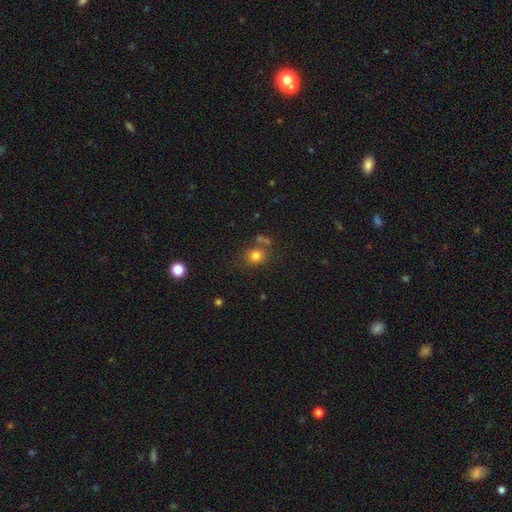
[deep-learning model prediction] Smooth or featured?
  - smooth: 79% *
  - star or artifact: 14%
  - featured or disk: 8%
How rounded?
  - round: 75% *
  - in between: 24%
  - cigar-shaped: 1%
Merging?
  - none: 68% *
  - merger: 14%
  - minor disturbance: 12%
  - major disturbance: 5%